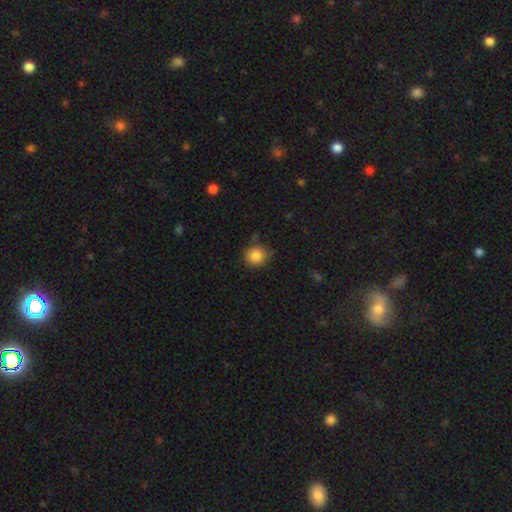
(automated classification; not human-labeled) A smooth galaxy with no disk features (85%) that is round (87%). Merging: none (76%).